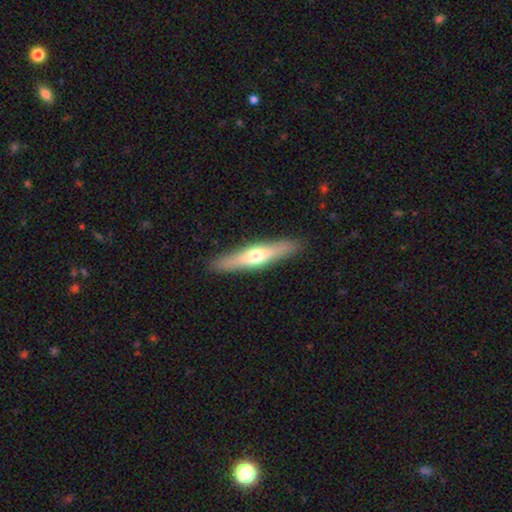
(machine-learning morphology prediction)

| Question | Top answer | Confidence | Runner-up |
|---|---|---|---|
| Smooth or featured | featured or disk | 53% | smooth (42%) |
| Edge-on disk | yes | 91% | no (9%) |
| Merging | none | 90% | minor disturbance (7%) |